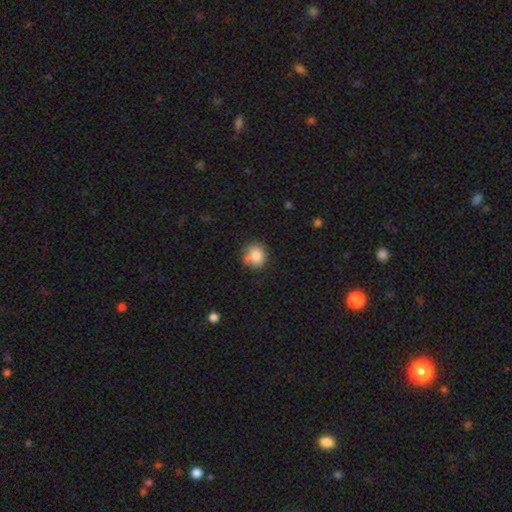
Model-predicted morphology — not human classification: Smooth or featured? Predicted: smooth (p=0.83). How rounded? Predicted: round (p=0.81). Merging? Predicted: none (p=0.71).